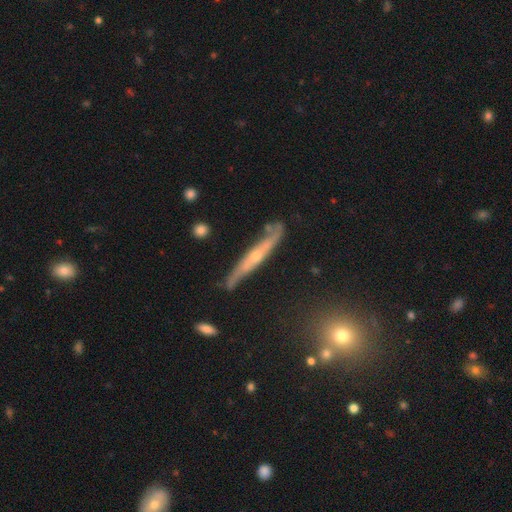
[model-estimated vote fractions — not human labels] featured or disk 73%, smooth 20%, star or artifact 7%. Down the decision tree: edge-on disk — yes (83%); edge-on bulge — rounded (69%); merging — none (73%).